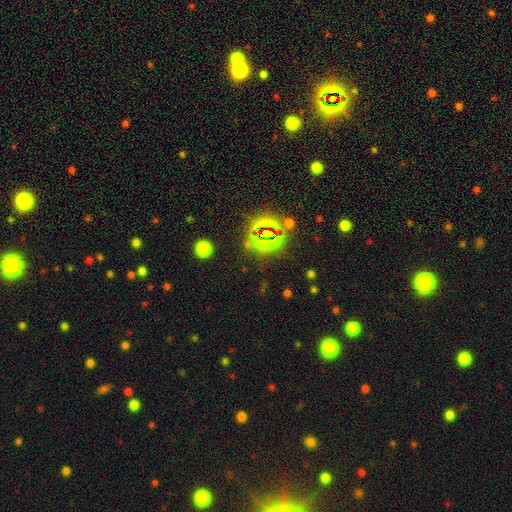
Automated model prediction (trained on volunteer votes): This appears to be a star or artifact, not a galaxy (77%).